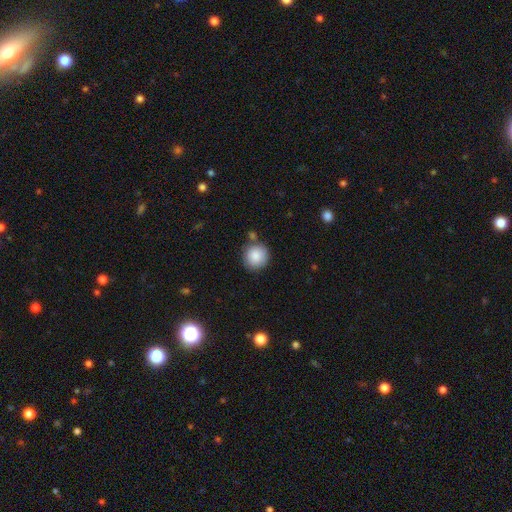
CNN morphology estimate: smooth_or_featured: smooth (p=0.87) [alt: star or artifact p=0.07]
how_rounded: round (p=0.91) [alt: in between p=0.08]
merging: none (p=0.77) [alt: minor disturbance p=0.12]